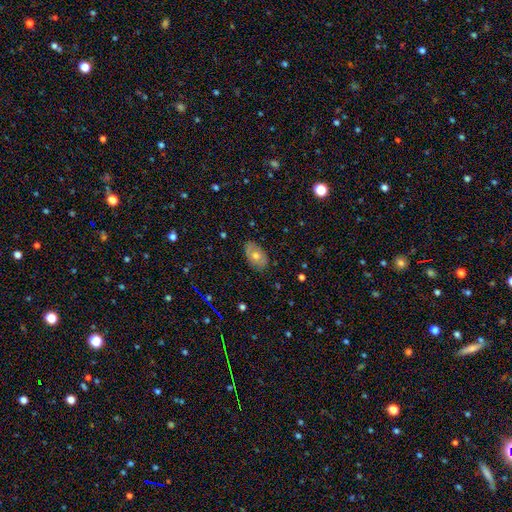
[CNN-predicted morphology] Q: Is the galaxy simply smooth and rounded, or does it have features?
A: smooth — 53%.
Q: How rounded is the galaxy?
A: in between — 88%.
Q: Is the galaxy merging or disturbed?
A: none — 81%.